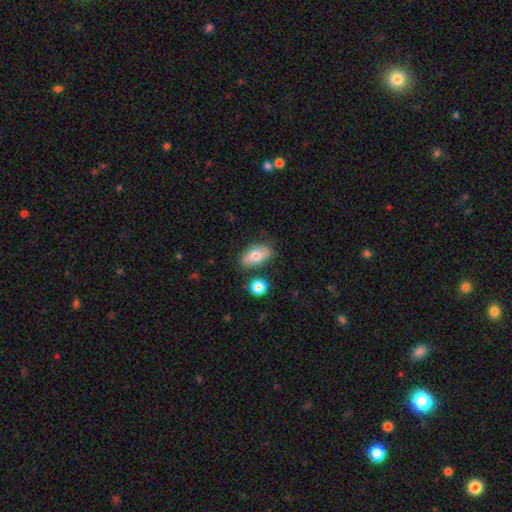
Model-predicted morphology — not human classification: The model was most divided on "smooth or featured": smooth: 68%, featured or disk: 24%, star or artifact: 8%. More confident: how rounded — in between (88%); merging — none (73%).